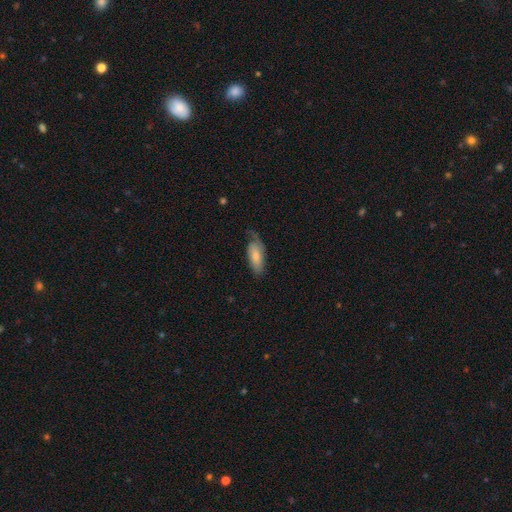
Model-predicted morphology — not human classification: This is likely a smooth galaxy (68%). How rounded: clearly in between (82%). Merging: possibly none (45%).